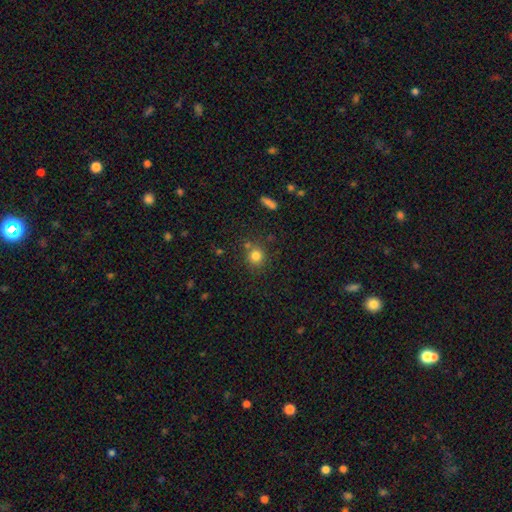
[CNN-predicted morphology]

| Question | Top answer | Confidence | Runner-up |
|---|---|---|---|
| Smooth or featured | smooth | 80% | star or artifact (13%) |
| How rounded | round | 87% | in between (12%) |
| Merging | none | 73% | merger (12%) |